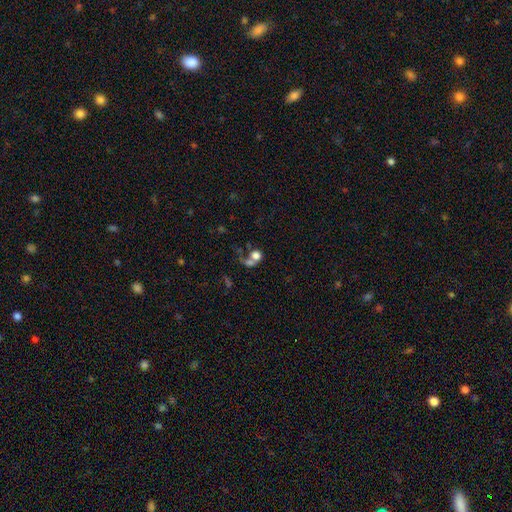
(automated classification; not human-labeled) A smooth galaxy with no disk features (65%) that is round (71%). Merging: merger (49%).